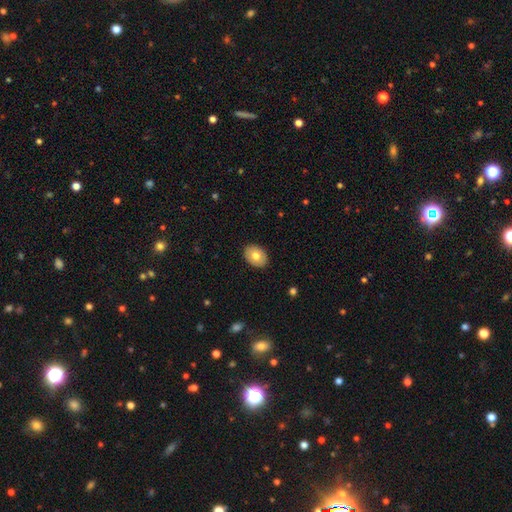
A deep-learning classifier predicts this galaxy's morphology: A smooth galaxy with no disk features (74%) that is in between round and cigar-shaped (76%). Merging: none (89%).